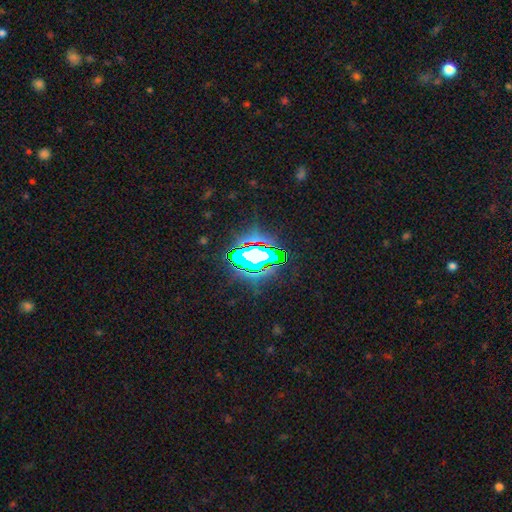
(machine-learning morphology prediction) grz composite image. It shows a star or artifact, not a galaxy (67%).